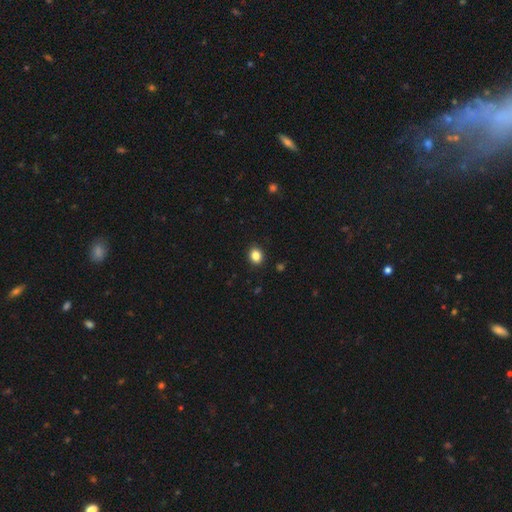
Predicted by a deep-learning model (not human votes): Q: Smooth or featured?
A: smooth (85%); runner-up: star or artifact (10%)
Q: How rounded?
A: round (64%); runner-up: in between (35%)
Q: Merging?
A: none (91%); runner-up: minor disturbance (6%)